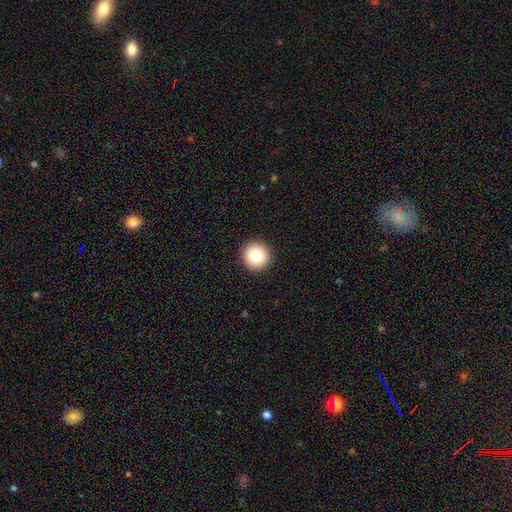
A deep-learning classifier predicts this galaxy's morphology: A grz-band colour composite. It shows a smooth galaxy with no disk features (81%) that is round (95%). Merging: none (93%).